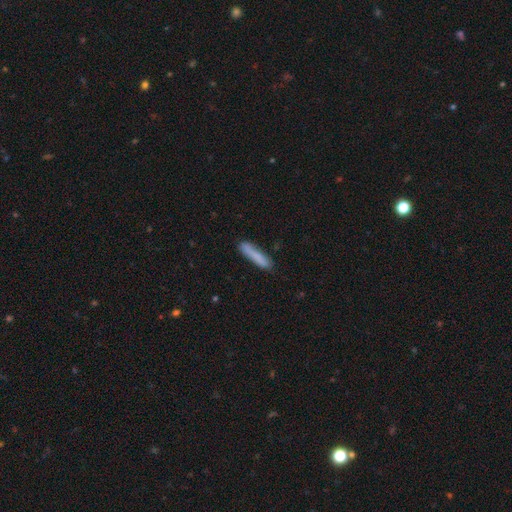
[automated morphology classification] type=smooth (81%); roundness=cigar-shaped (90%); merging=none (83%).